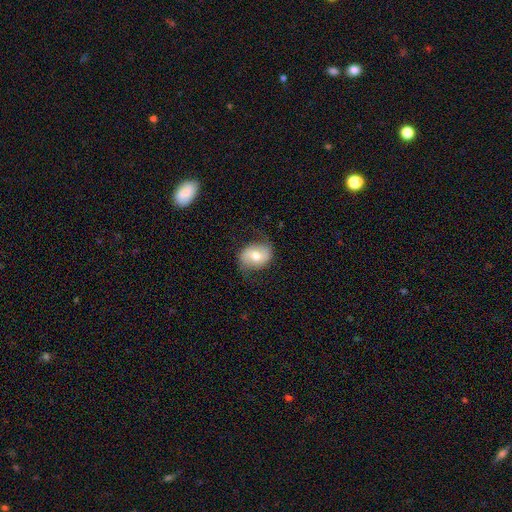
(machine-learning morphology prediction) smooth-or-featured: featured or disk: 47% | smooth: 45% | star or artifact: 7%
  merging: none: 71% | minor disturbance: 19% | major disturbance: 9% | merger: 1%